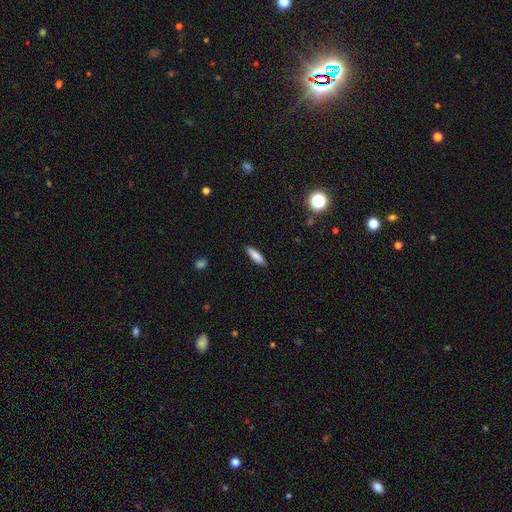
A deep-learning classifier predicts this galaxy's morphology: smooth 82%, featured or disk 10%, star or artifact 7%. Down the decision tree: how rounded — cigar-shaped (68%); merging — none (89%).